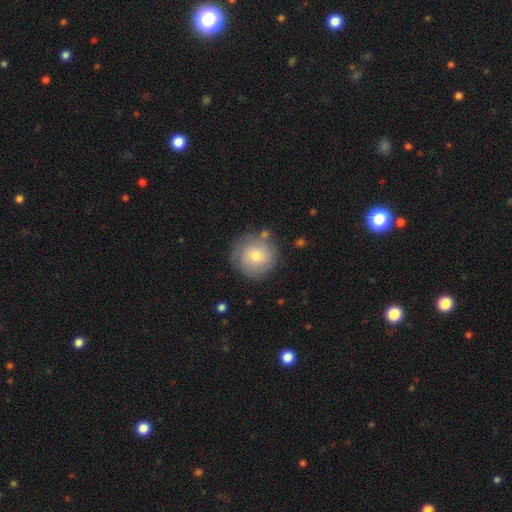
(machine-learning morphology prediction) Smooth or featured? Predicted: smooth (p=0.72). How rounded? Predicted: round (p=0.94). Merging? Predicted: none (p=0.76).